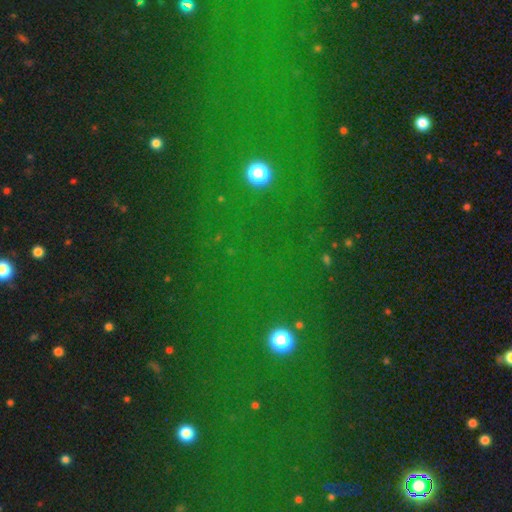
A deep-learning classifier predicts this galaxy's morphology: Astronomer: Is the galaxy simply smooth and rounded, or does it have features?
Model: star or artifact — 68%.